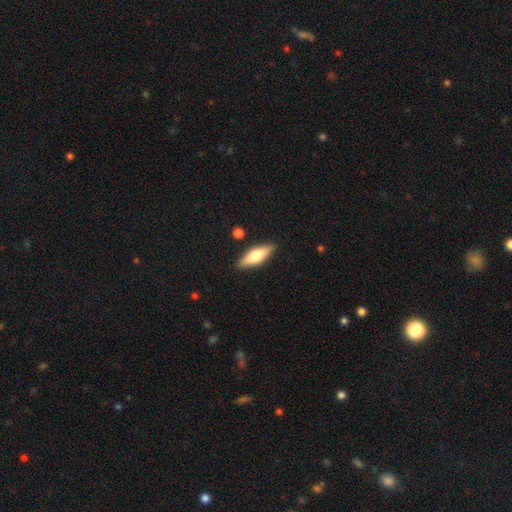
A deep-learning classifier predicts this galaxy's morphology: This appears to be a smooth galaxy with no disk features (59%) that is in between round and cigar-shaped (61%). Merging: none (88%).